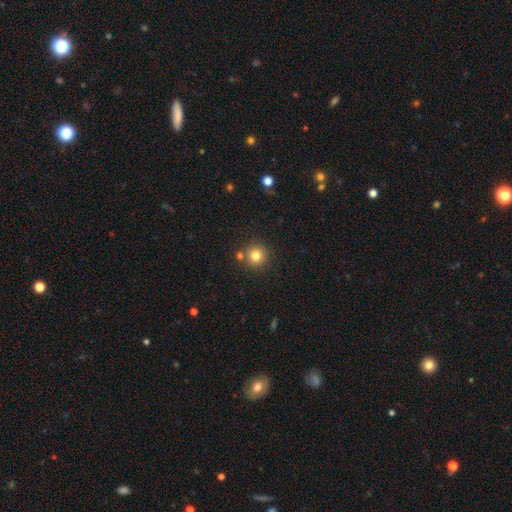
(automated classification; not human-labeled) Smooth or featured? smooth (80%)
How rounded? round (94%)
Merging? none (80%)